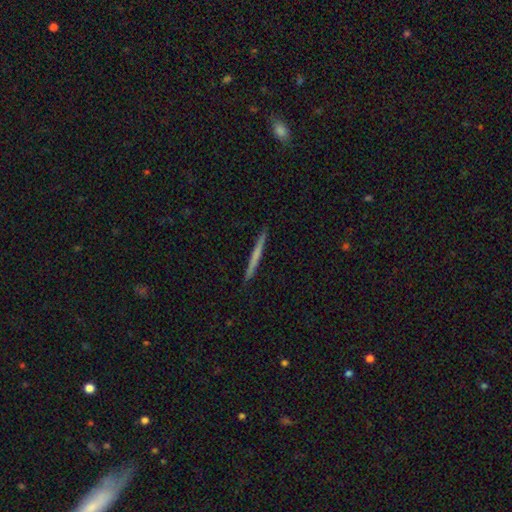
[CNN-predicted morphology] A smooth galaxy with no disk features (54%) that is cigar-shaped (97%).

Vote fractions:
- Smooth or featured? smooth: 54% / featured or disk: 41% / star or artifact: 6%
- How rounded? cigar-shaped: 97% / in between: 2% / round: 1%
- Merging? none: 93% / minor disturbance: 5% / major disturbance: 1% / merger: 1%